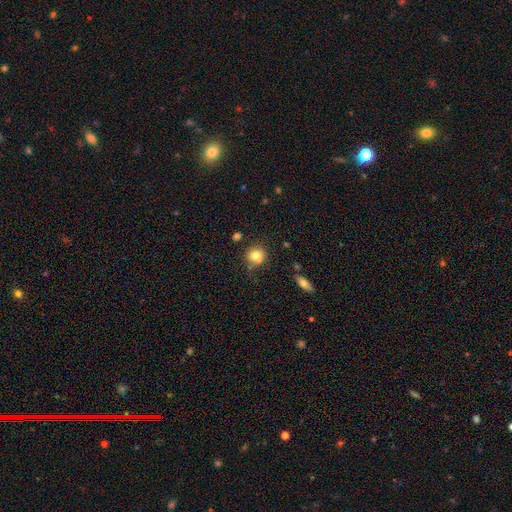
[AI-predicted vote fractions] Smooth or featured?
  - smooth: 81% *
  - star or artifact: 11%
  - featured or disk: 9%
How rounded?
  - round: 89% *
  - in between: 10%
  - cigar-shaped: 1%
Merging?
  - none: 80% *
  - minor disturbance: 11%
  - merger: 6%
  - major disturbance: 3%